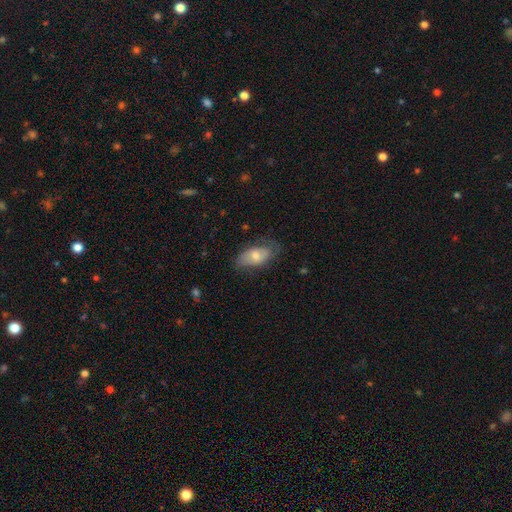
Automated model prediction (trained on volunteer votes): smooth-or-featured: smooth: 61% | featured or disk: 32% | star or artifact: 7%
  how-rounded: in between: 91% | round: 5% | cigar-shaped: 4%
  merging: none: 62% | minor disturbance: 26% | major disturbance: 10% | merger: 1%